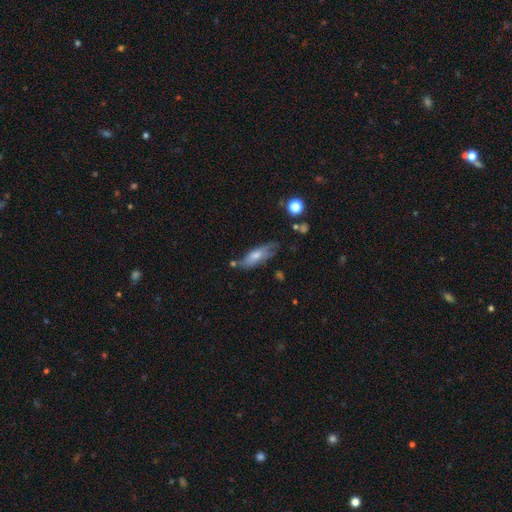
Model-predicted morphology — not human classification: This is likely a smooth galaxy (67%). How rounded: possibly in between (59%). Merging: possibly none (56%).